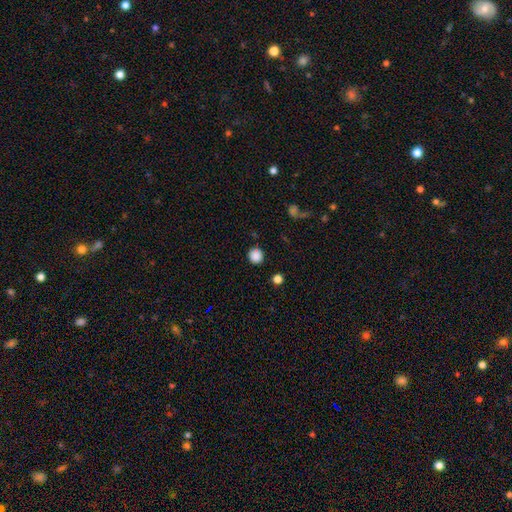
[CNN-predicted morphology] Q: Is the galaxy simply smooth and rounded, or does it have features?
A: smooth — 85%.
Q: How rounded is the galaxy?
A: round — 93%.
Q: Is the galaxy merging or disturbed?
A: none — 87%.